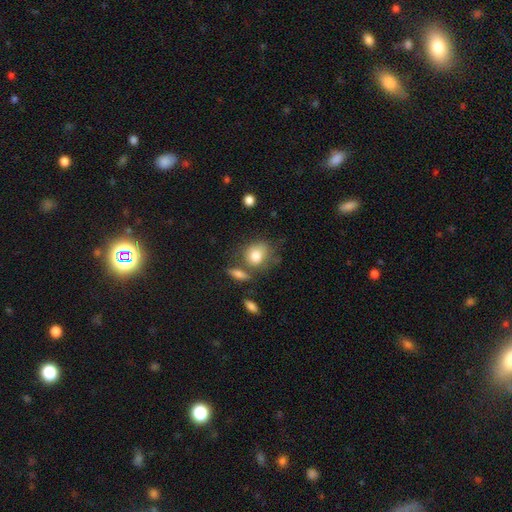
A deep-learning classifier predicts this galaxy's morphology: This is clearly a smooth galaxy (80%). How rounded: possibly round (59%). Merging: possibly none (54%).